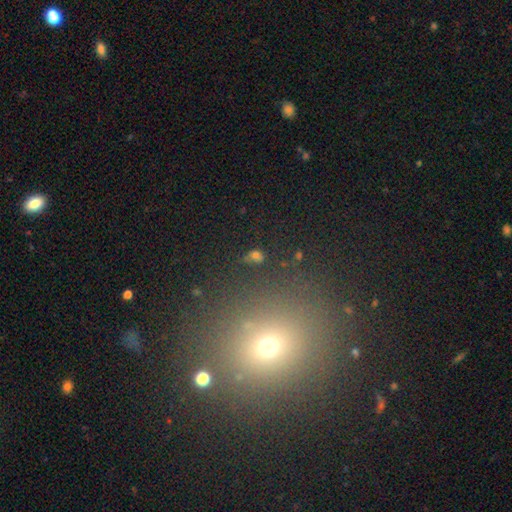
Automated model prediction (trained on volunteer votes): Overall: smooth (60%; star or artifact 28%). How rounded: in between (60%; round 36%). Merging: none (65%).